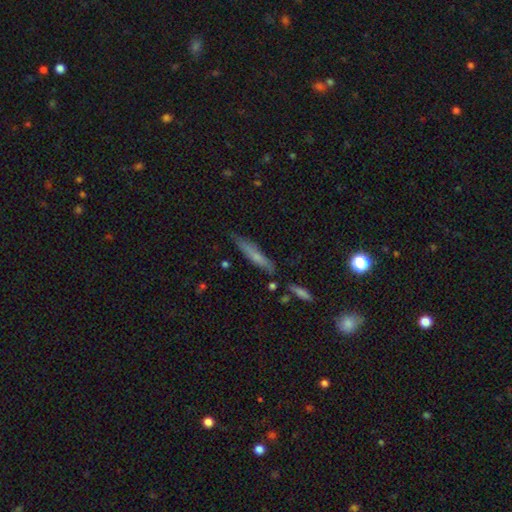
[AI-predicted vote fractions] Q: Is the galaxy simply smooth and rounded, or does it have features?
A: smooth — 58%.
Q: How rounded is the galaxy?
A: cigar-shaped — 89%.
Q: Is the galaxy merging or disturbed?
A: none — 75%.